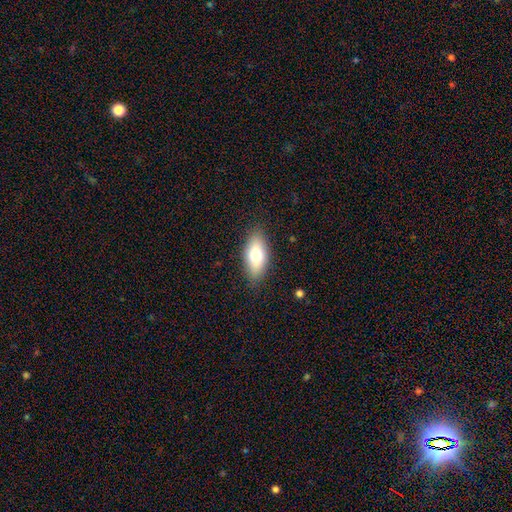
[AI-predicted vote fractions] Smooth or featured: smooth — 74% (featured or disk — 19%)
How rounded: in between — 86% (cigar-shaped — 11%)
Merging: none — 86% (minor disturbance — 10%)